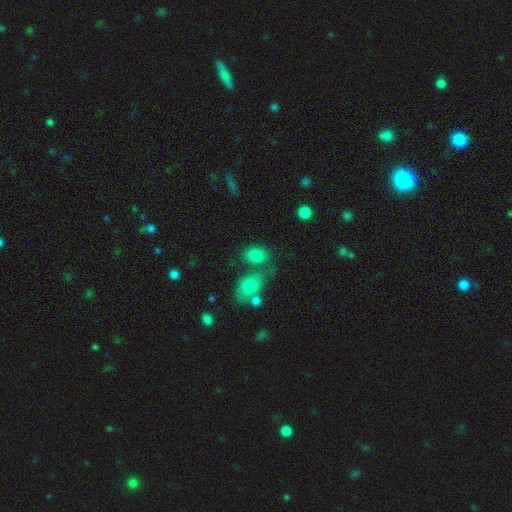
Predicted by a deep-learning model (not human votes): This is clearly a smooth galaxy (80%). How rounded: likely in between (70%). Merging: possibly none (53%).